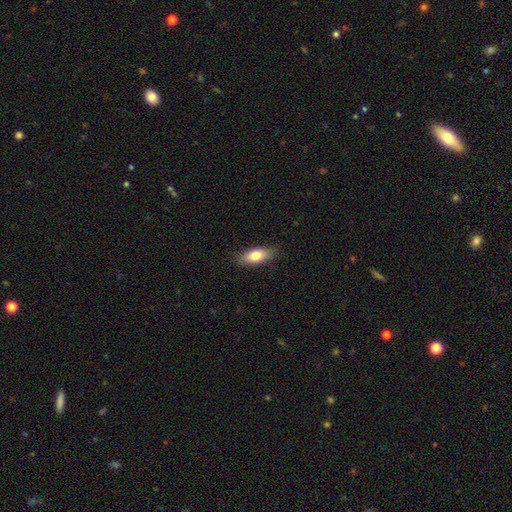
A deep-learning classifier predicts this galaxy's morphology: Smooth or featured? smooth (77%)
How rounded? in between (78%)
Merging? none (86%)